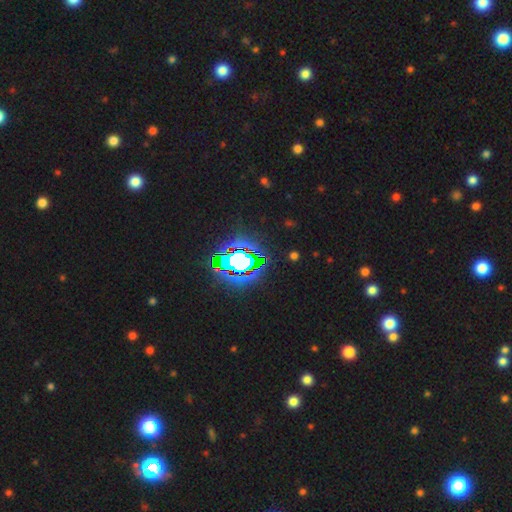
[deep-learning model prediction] A star or artifact, not a galaxy (83%).